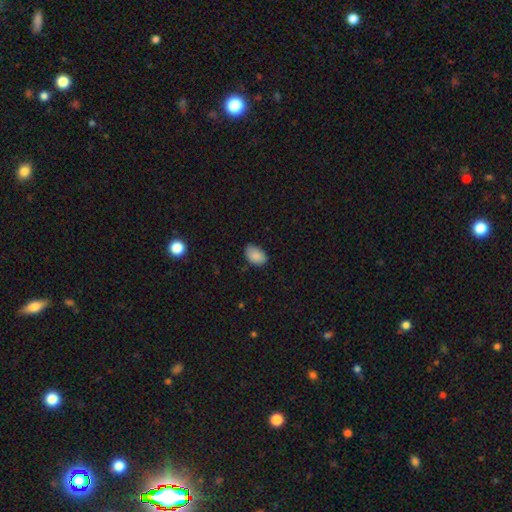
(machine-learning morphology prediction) Smooth or featured: smooth — 88% (star or artifact — 8%)
How rounded: in between — 89% (round — 10%)
Merging: none — 80% (minor disturbance — 17%)